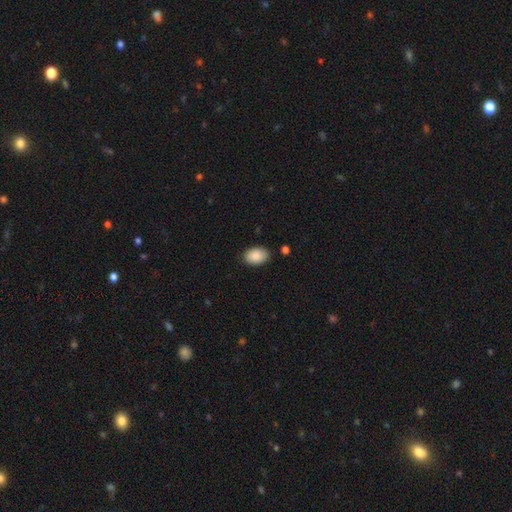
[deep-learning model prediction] Q: Smooth or featured?
A: smooth (89%); runner-up: star or artifact (7%)
Q: How rounded?
A: in between (87%); runner-up: round (12%)
Q: Merging?
A: none (85%); runner-up: minor disturbance (11%)